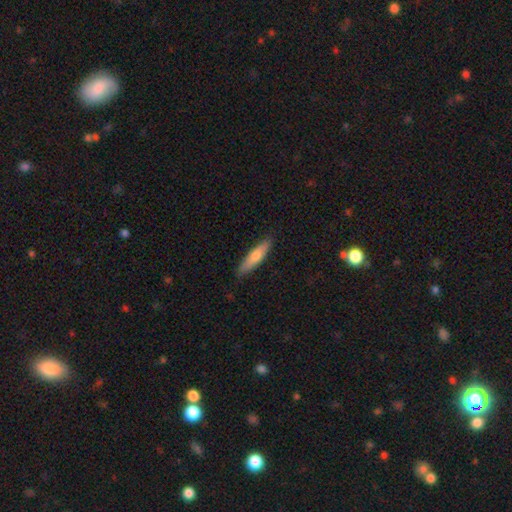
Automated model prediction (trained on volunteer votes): This is likely a smooth galaxy (68%). How rounded: likely cigar-shaped (78%). Merging: clearly none (86%).